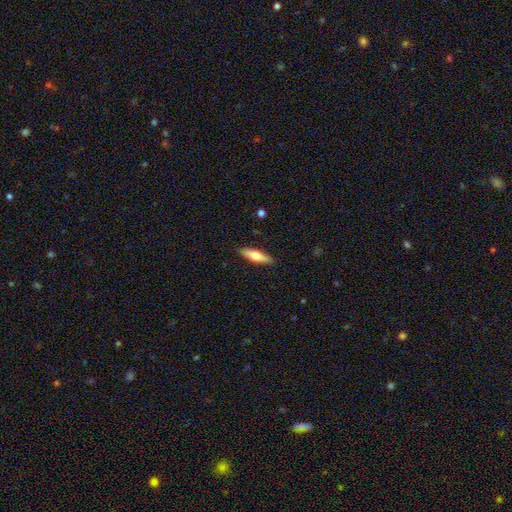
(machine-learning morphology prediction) Overall: smooth (55%; featured or disk 40%). How rounded: cigar-shaped (66%; in between 32%). Merging: none (90%).